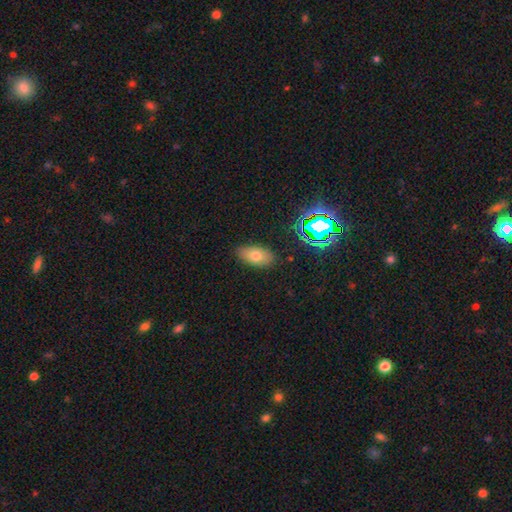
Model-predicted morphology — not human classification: smooth 70%, featured or disk 16%, star or artifact 14%. Down the decision tree: how rounded — in between (91%); merging — none (85%).